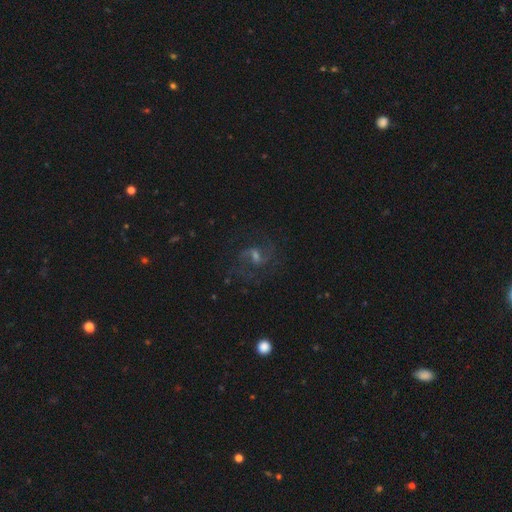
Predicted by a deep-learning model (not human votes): smooth_or_featured: featured or disk (p=0.74) [alt: star or artifact p=0.15]
disk_edge_on: no (p=0.97) [alt: yes p=0.03]
bar: weak (p=0.55) [alt: no p=0.27]
has_spiral_arms: yes (p=0.93) [alt: no p=0.07]
spiral_winding: medium (p=0.50) [alt: loose p=0.38]
spiral_arm_count: 2 (p=0.78) [alt: can't tell p=0.09]
bulge_size: moderate (p=0.43) [alt: small p=0.41]
merging: none (p=0.70) [alt: minor disturbance p=0.14]